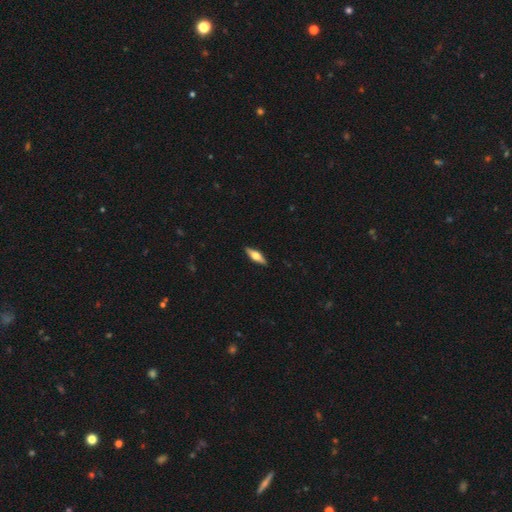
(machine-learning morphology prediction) Overall: featured or disk (56%; smooth 38%). Edge-on disk: yes (94%). Edge-on bulge: rounded (93%). Merging: none (90%).